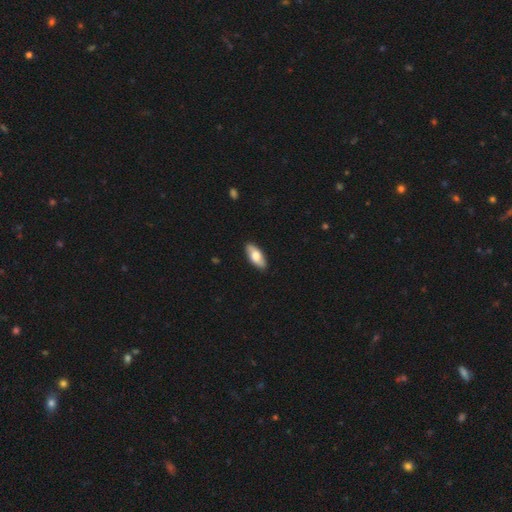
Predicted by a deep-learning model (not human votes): Smooth or featured? Predicted: smooth (p=0.67). How rounded? Predicted: in between (p=0.85). Merging? Predicted: none (p=0.89).